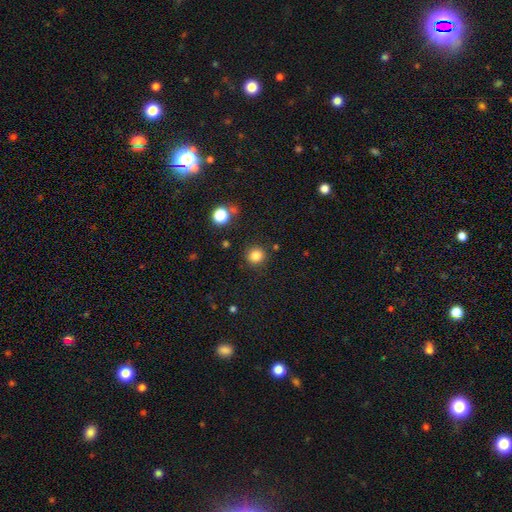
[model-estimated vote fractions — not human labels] smooth_or_featured: smooth (p=0.84) [alt: star or artifact p=0.12]
how_rounded: round (p=0.90) [alt: in between p=0.09]
merging: none (p=0.87) [alt: minor disturbance p=0.08]